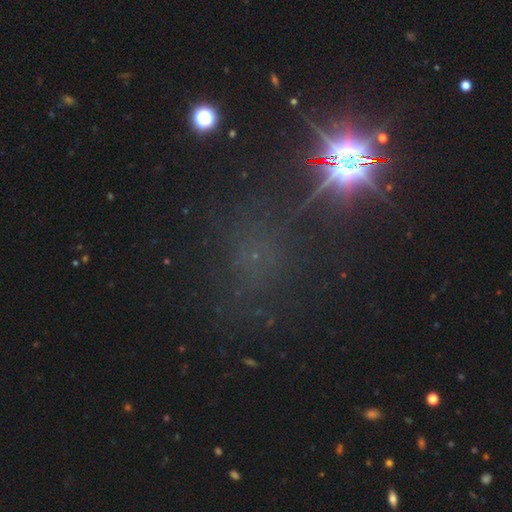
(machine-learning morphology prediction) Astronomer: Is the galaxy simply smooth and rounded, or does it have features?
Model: star or artifact — 64%.